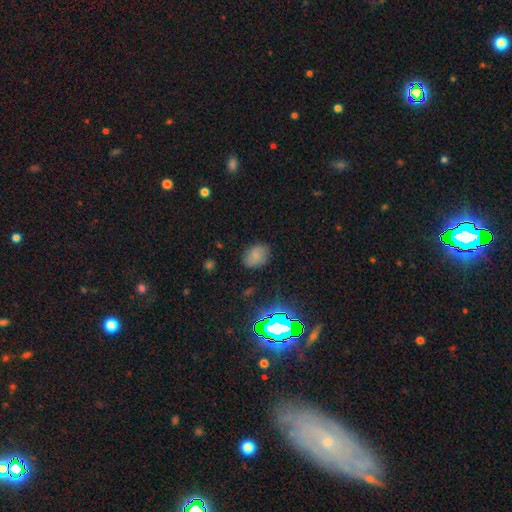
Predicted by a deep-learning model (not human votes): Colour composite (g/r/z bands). It shows a smooth galaxy with no disk features (74%) that is in between round and cigar-shaped (72%). Merging: none (79%).